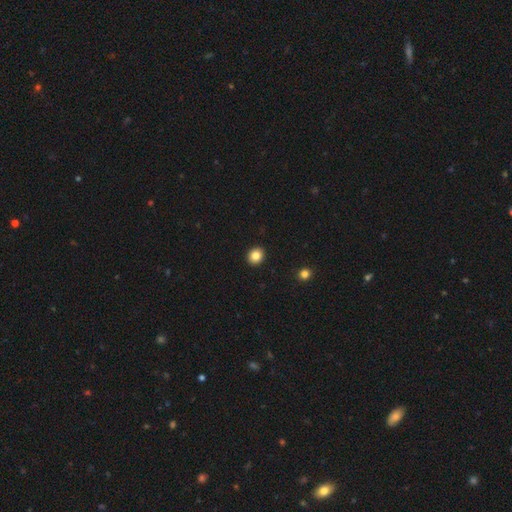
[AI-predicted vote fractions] Smooth or featured? Predicted: smooth (p=0.84). How rounded? Predicted: round (p=0.73). Merging? Predicted: none (p=0.93).